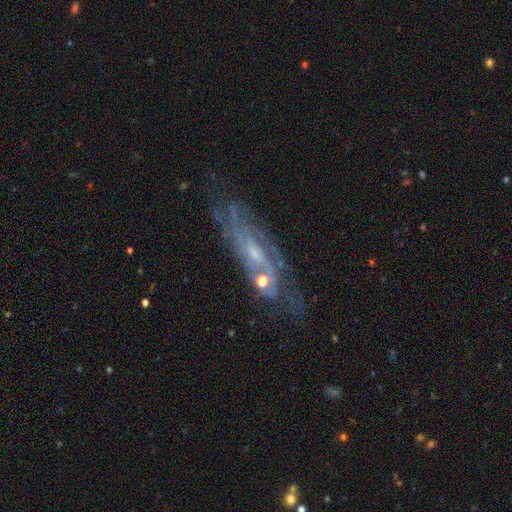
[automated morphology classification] type=featured or disk (71%); edge-on=no (70%); merging=none (65%).